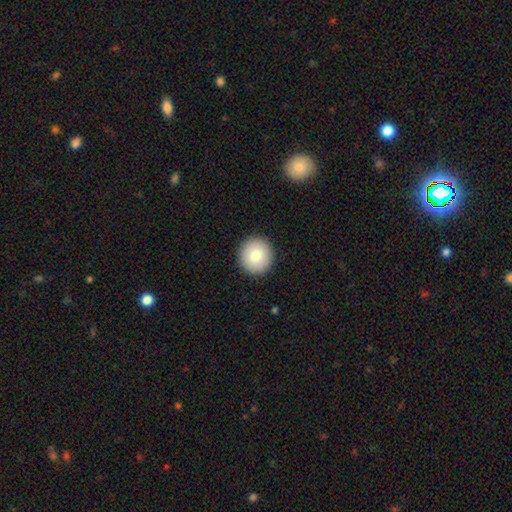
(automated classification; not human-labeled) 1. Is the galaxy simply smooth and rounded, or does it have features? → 81% smooth, 11% featured or disk, 8% star or artifact.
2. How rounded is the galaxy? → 94% round, 5% in between, 1% cigar-shaped.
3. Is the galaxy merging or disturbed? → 93% none, 5% minor disturbance, 2% major disturbance, 1% merger.